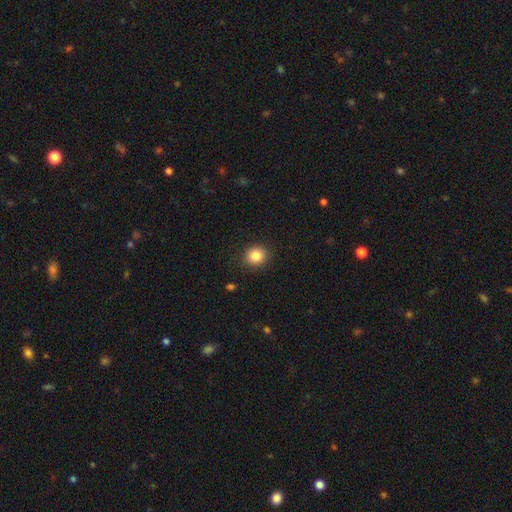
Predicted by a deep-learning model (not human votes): smooth 85%, star or artifact 10%, featured or disk 5%. Down the decision tree: how rounded — round (81%); merging — none (89%).